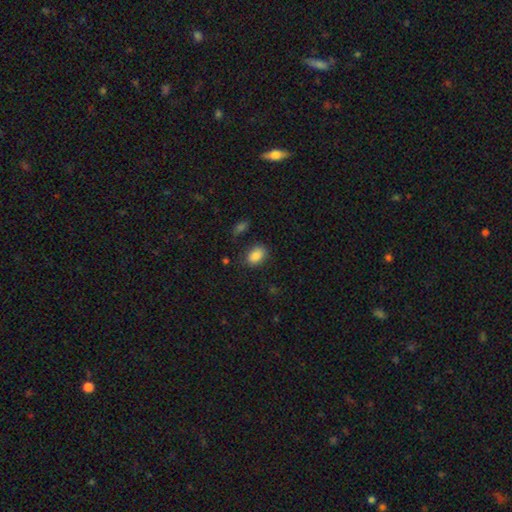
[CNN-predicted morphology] A smooth galaxy with no disk features (86%) that is in between round and cigar-shaped (84%).

Vote fractions:
- Smooth or featured? smooth: 86% / star or artifact: 8% / featured or disk: 6%
- How rounded? in between: 84% / round: 15% / cigar-shaped: 1%
- Merging? none: 79% / minor disturbance: 14% / major disturbance: 4% / merger: 3%